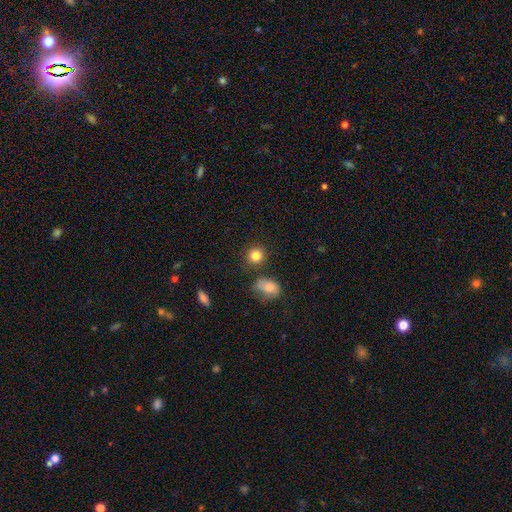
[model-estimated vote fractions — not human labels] Smooth or featured?
  - smooth: 84% *
  - star or artifact: 10%
  - featured or disk: 6%
How rounded?
  - round: 86% *
  - in between: 12%
  - cigar-shaped: 1%
Merging?
  - none: 78% *
  - minor disturbance: 10%
  - merger: 8%
  - major disturbance: 4%